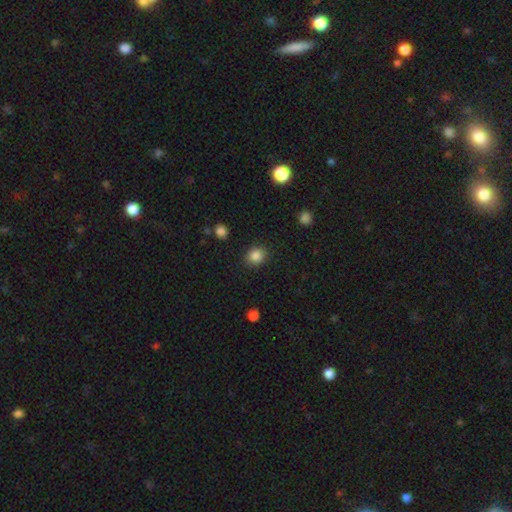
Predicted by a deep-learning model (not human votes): smooth 85%, star or artifact 11%, featured or disk 4%. Down the decision tree: how rounded — round (75%); merging — none (89%).